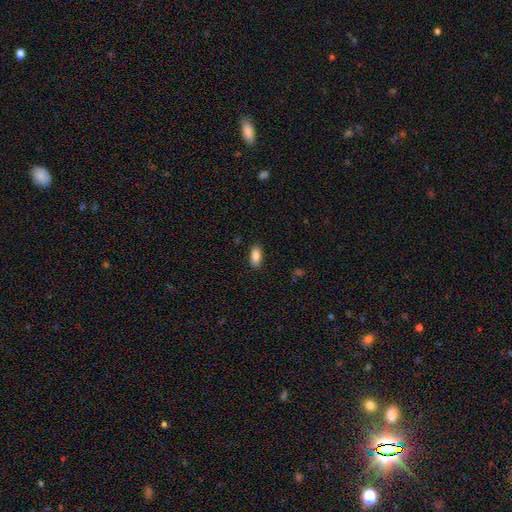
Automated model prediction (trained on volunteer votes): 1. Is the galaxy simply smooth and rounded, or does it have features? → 87% smooth, 7% star or artifact, 5% featured or disk.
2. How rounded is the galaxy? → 88% in between, 9% cigar-shaped, 3% round.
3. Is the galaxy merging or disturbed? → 87% none, 9% minor disturbance, 2% major disturbance, 1% merger.